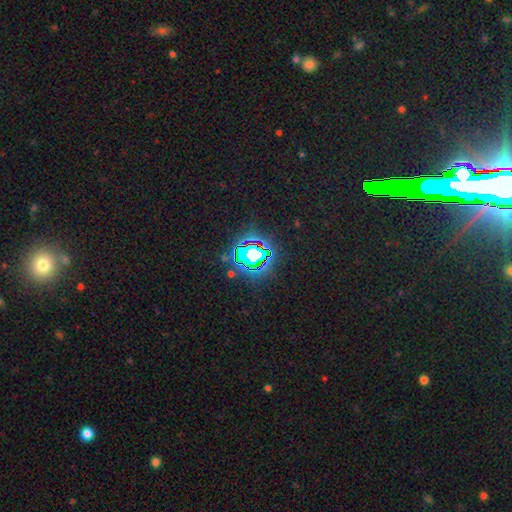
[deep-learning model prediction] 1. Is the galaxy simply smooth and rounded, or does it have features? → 83% star or artifact, 10% smooth, 7% featured or disk.